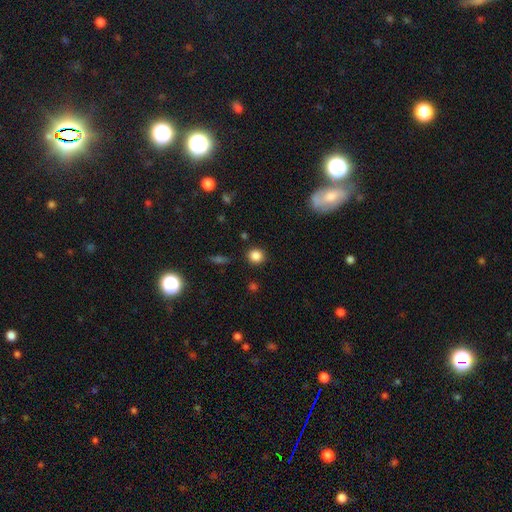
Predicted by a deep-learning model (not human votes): Q: Smooth or featured?
A: smooth (84%); runner-up: star or artifact (12%)
Q: How rounded?
A: round (86%); runner-up: in between (13%)
Q: Merging?
A: none (88%); runner-up: minor disturbance (8%)